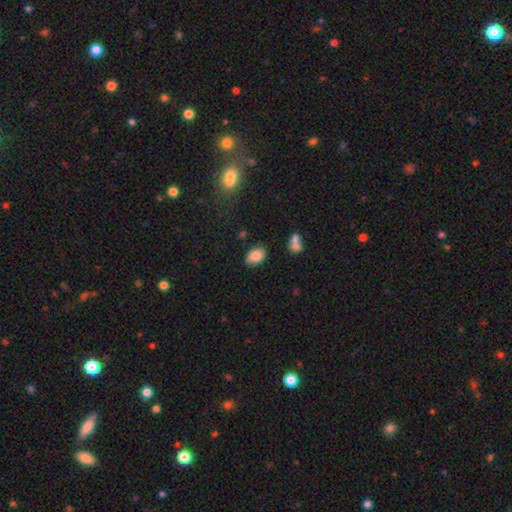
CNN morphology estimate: The model was most divided on "merging": none: 75%, minor disturbance: 18%, merger: 4%, major disturbance: 4%. More confident: how rounded — in between (87%); smooth or featured — smooth (85%).